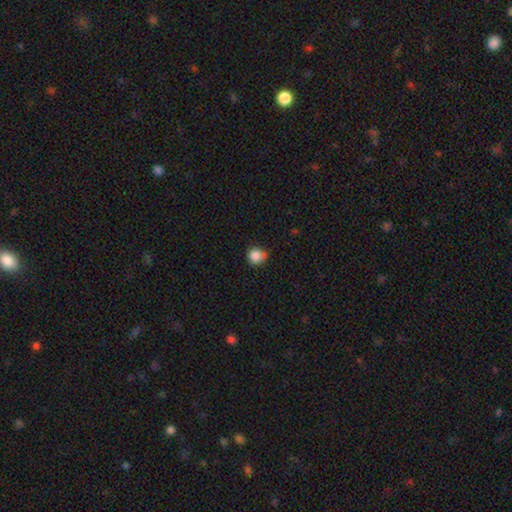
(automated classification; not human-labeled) This is clearly a smooth galaxy (86%). How rounded: clearly round (88%). Merging: likely none (61%).